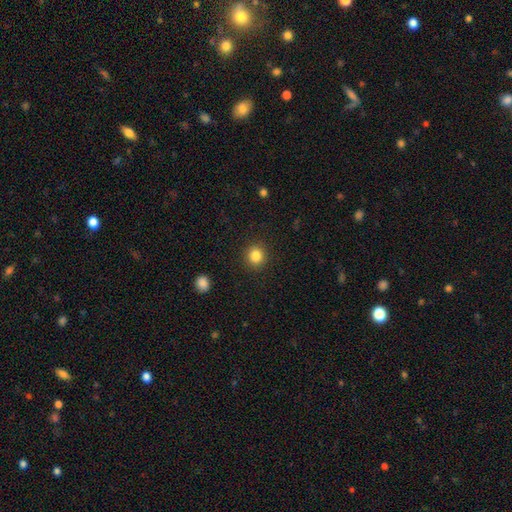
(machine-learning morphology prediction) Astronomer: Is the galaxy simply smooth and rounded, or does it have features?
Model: smooth — 84%.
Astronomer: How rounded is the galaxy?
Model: round — 87%.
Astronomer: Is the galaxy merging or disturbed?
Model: none — 91%.